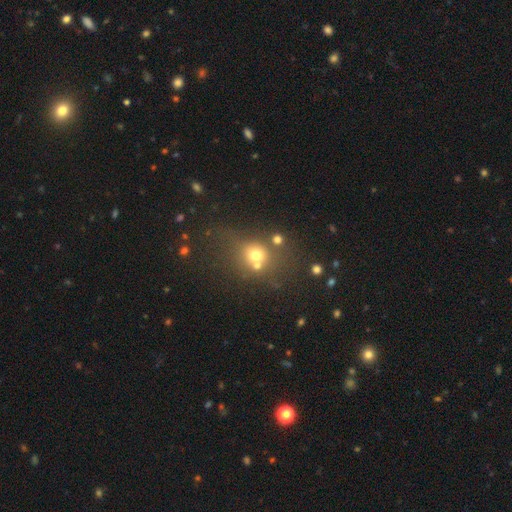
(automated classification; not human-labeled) A smooth galaxy with no disk features (64%) that is round (76%). Merging: none (51%).